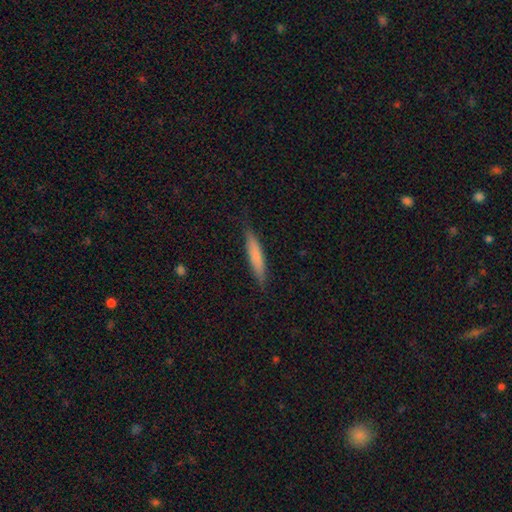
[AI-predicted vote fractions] A smooth galaxy with no disk features (74%) that is cigar-shaped (90%).

Vote fractions:
- Smooth or featured? smooth: 74% / featured or disk: 20% / star or artifact: 6%
- How rounded? cigar-shaped: 90% / in between: 8% / round: 1%
- Merging? none: 86% / minor disturbance: 11% / major disturbance: 2% / merger: 1%